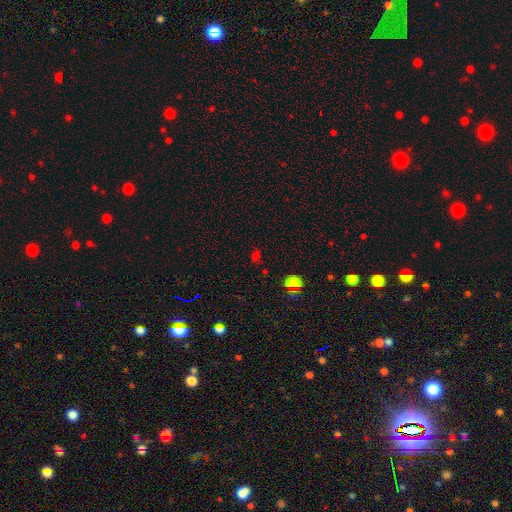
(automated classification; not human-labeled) Overall: star or artifact (48%; smooth 44%).